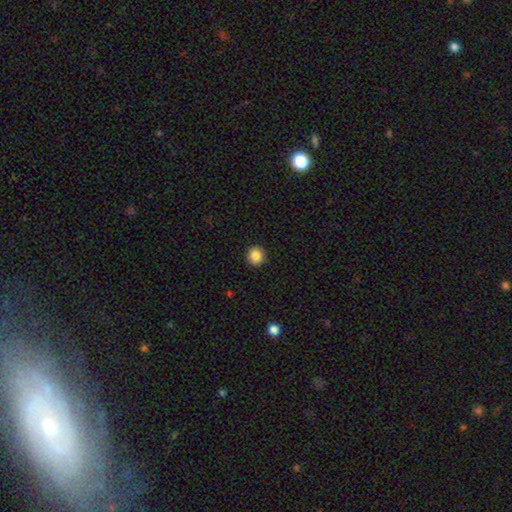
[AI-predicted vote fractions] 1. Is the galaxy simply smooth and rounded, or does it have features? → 87% smooth, 9% star or artifact, 4% featured or disk.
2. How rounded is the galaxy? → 90% round, 9% in between, 1% cigar-shaped.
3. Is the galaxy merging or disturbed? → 93% none, 5% minor disturbance, 2% major disturbance, 1% merger.